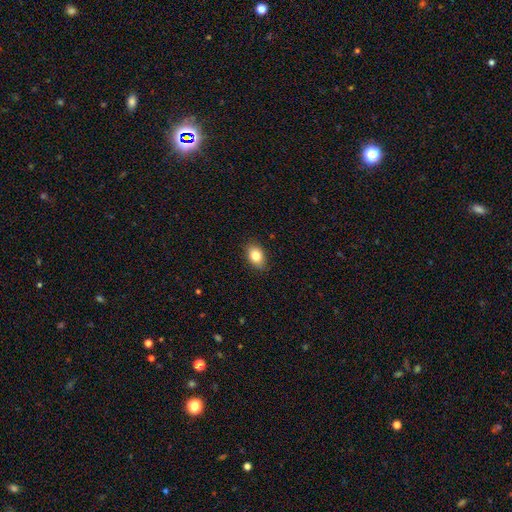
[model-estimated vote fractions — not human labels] smooth-or-featured: smooth: 82% | featured or disk: 9% | star or artifact: 9%
  how-rounded: in between: 79% | round: 19% | cigar-shaped: 1%
  merging: none: 85% | minor disturbance: 12% | major disturbance: 2% | merger: 1%